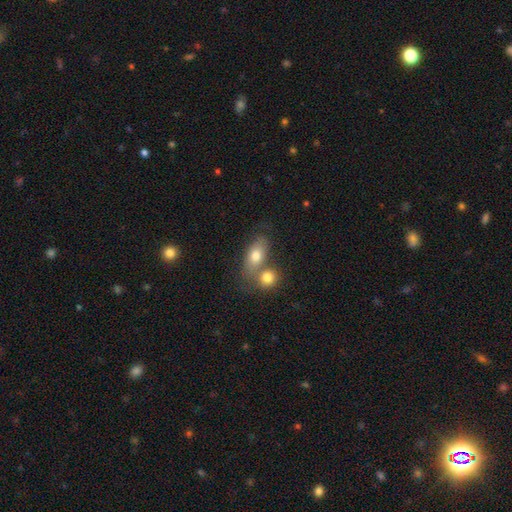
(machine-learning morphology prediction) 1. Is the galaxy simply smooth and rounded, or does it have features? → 76% smooth, 16% featured or disk, 8% star or artifact.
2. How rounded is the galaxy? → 77% in between, 18% round, 5% cigar-shaped.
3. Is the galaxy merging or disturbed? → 52% merger, 35% none, 10% minor disturbance, 4% major disturbance.